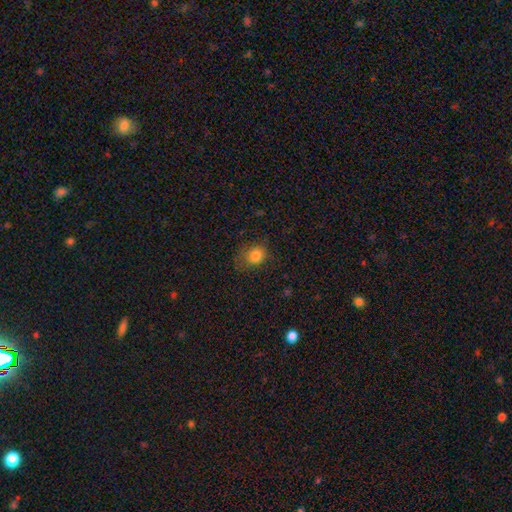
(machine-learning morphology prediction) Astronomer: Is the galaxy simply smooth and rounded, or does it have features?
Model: smooth — 82%.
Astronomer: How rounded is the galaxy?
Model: round — 61% (runner-up: in between, 38%).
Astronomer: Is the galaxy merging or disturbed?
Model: none — 67%.